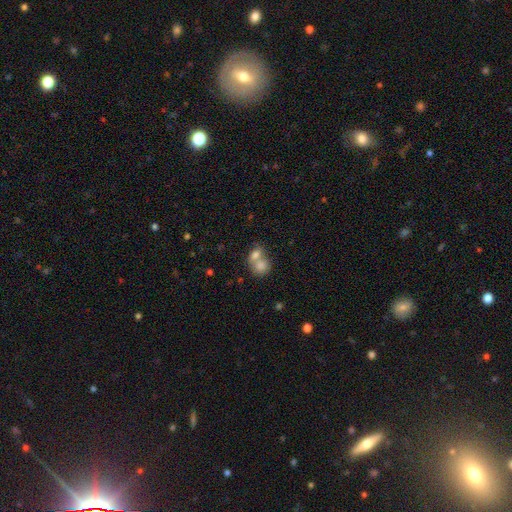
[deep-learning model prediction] smooth-or-featured: smooth: 76% | featured or disk: 15% | star or artifact: 8%
  how-rounded: round: 51% | in between: 48% | cigar-shaped: 2%
  merging: merger: 69% | none: 22% | minor disturbance: 6% | major disturbance: 3%